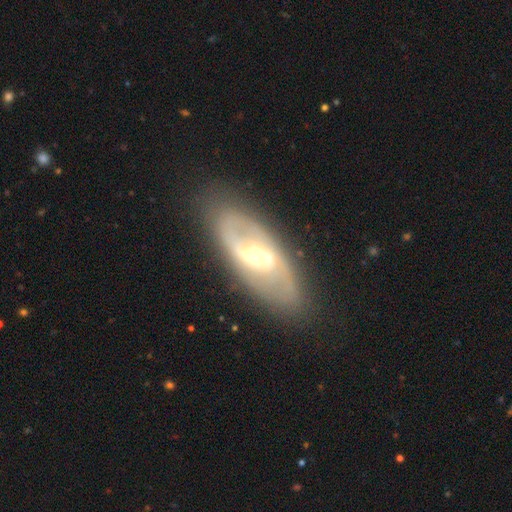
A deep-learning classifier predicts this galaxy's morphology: smooth_or_featured: featured or disk (p=0.80) [alt: smooth p=0.14]
disk_edge_on: no (p=0.90) [alt: yes p=0.10]
bar: weak (p=0.49) [alt: strong p=0.32]
has_spiral_arms: yes (p=0.83) [alt: no p=0.17]
spiral_winding: medium (p=0.43) [alt: loose p=0.33]
spiral_arm_count: 2 (p=0.80) [alt: can't tell p=0.12]
bulge_size: moderate (p=0.51) [alt: small p=0.41]
merging: none (p=0.81) [alt: minor disturbance p=0.12]